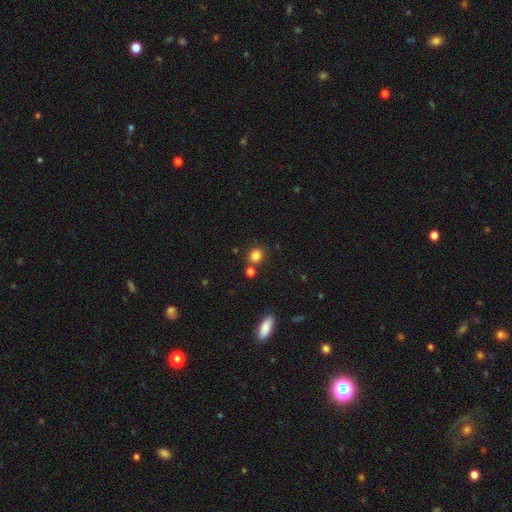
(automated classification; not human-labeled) smooth 82%, star or artifact 13%, featured or disk 5%. Down the decision tree: how rounded — round (82%); merging — none (75%).